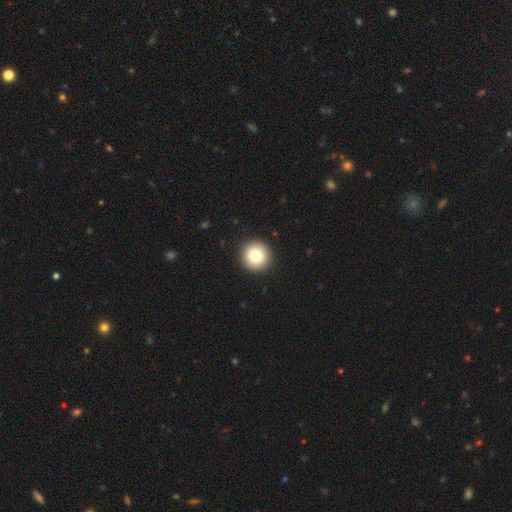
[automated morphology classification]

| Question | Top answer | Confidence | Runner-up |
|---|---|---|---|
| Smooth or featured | smooth | 80% | featured or disk (11%) |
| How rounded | round | 95% | in between (4%) |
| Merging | none | 93% | minor disturbance (5%) |